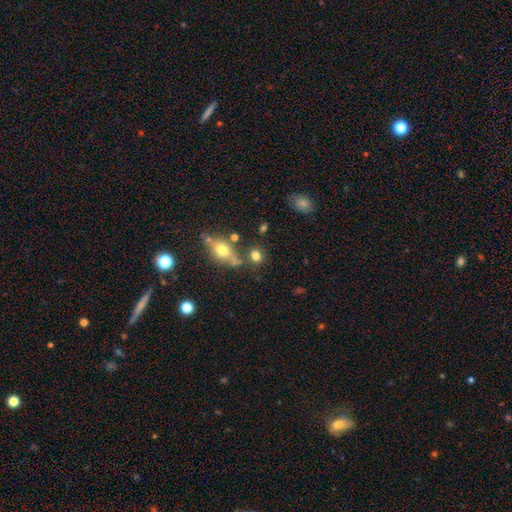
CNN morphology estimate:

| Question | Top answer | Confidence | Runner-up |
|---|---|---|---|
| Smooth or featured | smooth | 77% | star or artifact (13%) |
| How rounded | round | 67% | in between (30%) |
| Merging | none | 68% | merger (16%) |